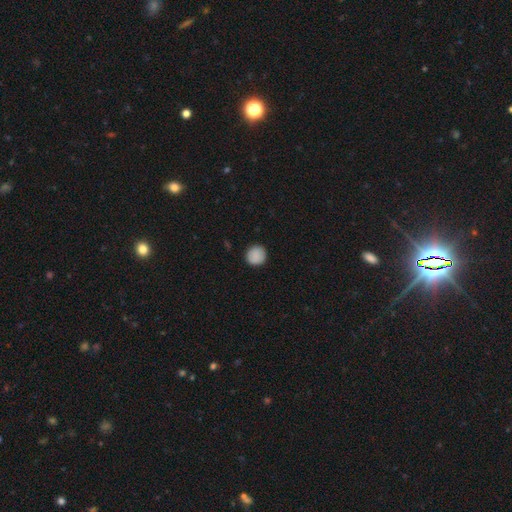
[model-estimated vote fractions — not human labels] smooth 89%, star or artifact 8%, featured or disk 3%. Down the decision tree: how rounded — round (92%); merging — none (90%).